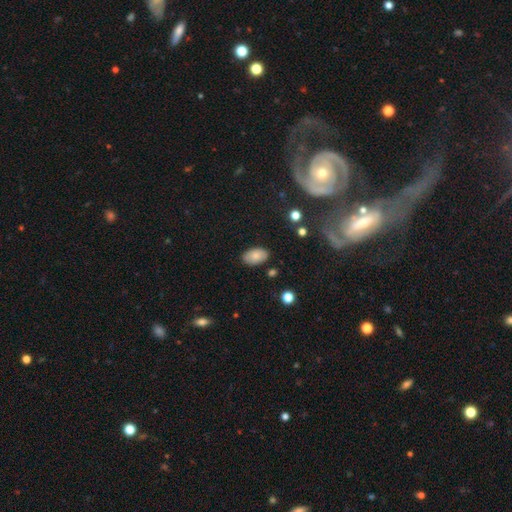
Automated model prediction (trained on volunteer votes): smooth-or-featured: smooth: 82% | featured or disk: 10% | star or artifact: 8%
  how-rounded: in between: 93% | round: 6% | cigar-shaped: 1%
  merging: none: 85% | minor disturbance: 11% | major disturbance: 2% | merger: 2%